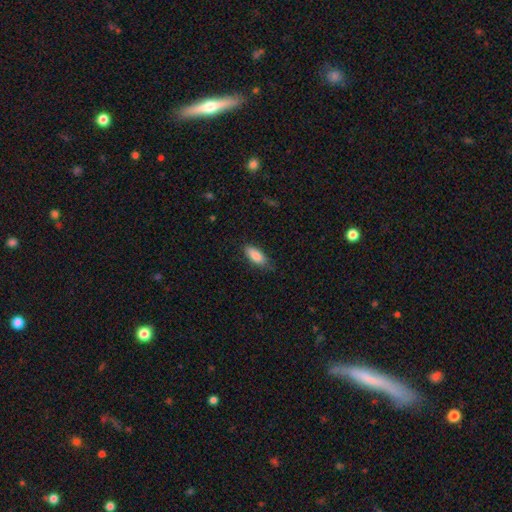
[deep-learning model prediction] Overall: smooth (84%). How rounded: in between (80%). Merging: none (75%).